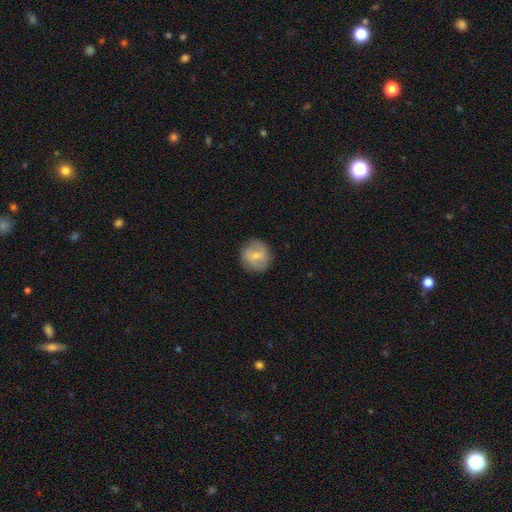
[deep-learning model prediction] Smooth or featured: smooth — 58% (featured or disk — 35%)
How rounded: round — 87% (in between — 12%)
Merging: none — 83% (minor disturbance — 12%)